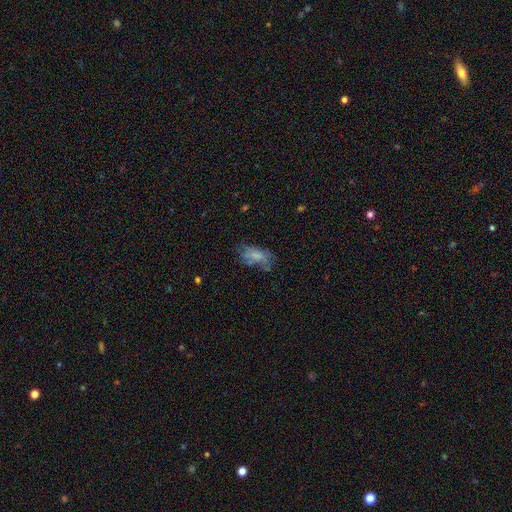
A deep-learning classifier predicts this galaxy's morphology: A smooth galaxy with no disk features (60%) that is in between round and cigar-shaped (89%).

Vote fractions:
- Smooth or featured? smooth: 60% / featured or disk: 29% / star or artifact: 11%
- How rounded? in between: 89% / round: 5% / cigar-shaped: 5%
- Merging? none: 46% / minor disturbance: 27% / major disturbance: 22% / merger: 5%